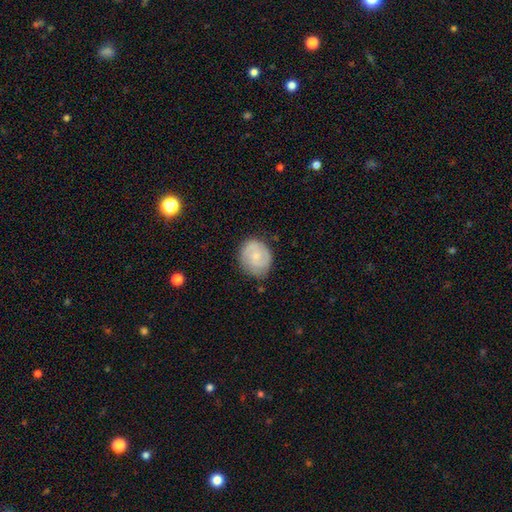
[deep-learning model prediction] The model was most divided on "smooth or featured": featured or disk: 55%, smooth: 38%, star or artifact: 7%. More confident: edge-on disk — no (98%); spiral arms — yes (87%); merging — none (76%); bar — no (68%); bulge size — small (65%).